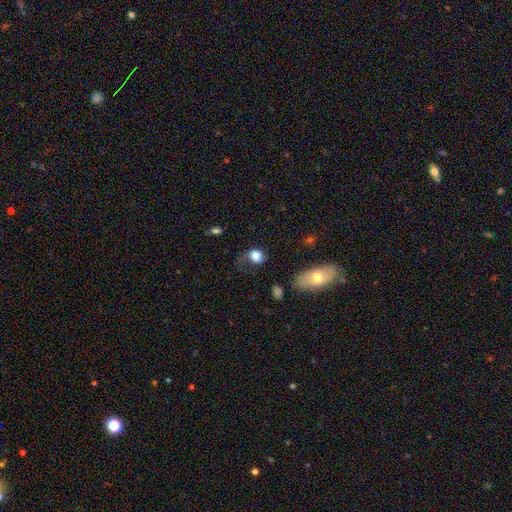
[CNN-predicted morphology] Smooth or featured: smooth — 78% (featured or disk — 13%)
How rounded: round — 54% (in between — 45%)
Merging: none — 34% (major disturbance — 33%)